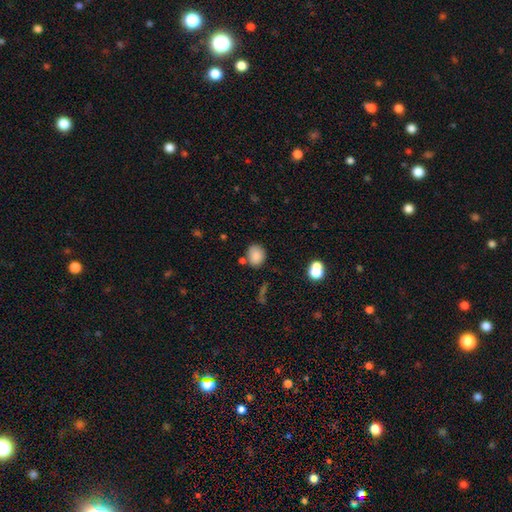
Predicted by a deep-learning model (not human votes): Q: Smooth or featured?
A: smooth (84%); runner-up: star or artifact (10%)
Q: How rounded?
A: round (49%); tied with: in between (49%)
Q: Merging?
A: none (73%); runner-up: minor disturbance (14%)